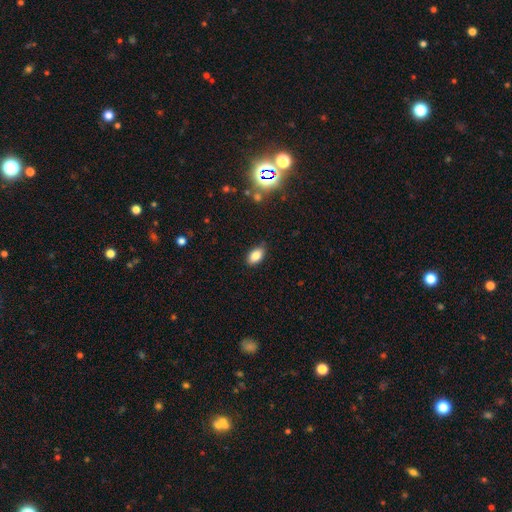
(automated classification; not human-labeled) The model was most divided on "smooth or featured": smooth: 83%, star or artifact: 10%, featured or disk: 8%. More confident: how rounded — in between (91%); merging — none (85%).